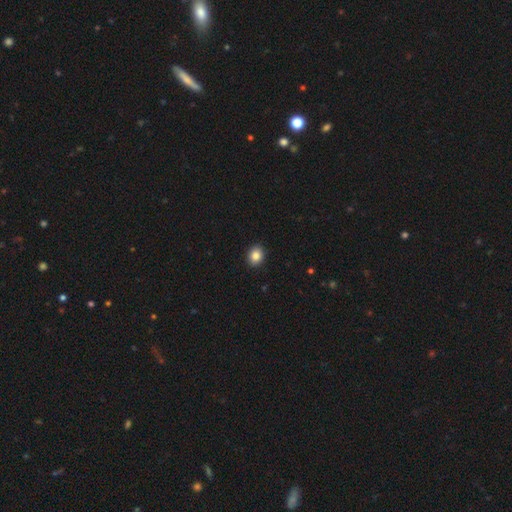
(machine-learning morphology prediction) Smooth or featured? Predicted: smooth (p=0.86). How rounded? Predicted: round (p=0.53). Merging? Predicted: none (p=0.92).